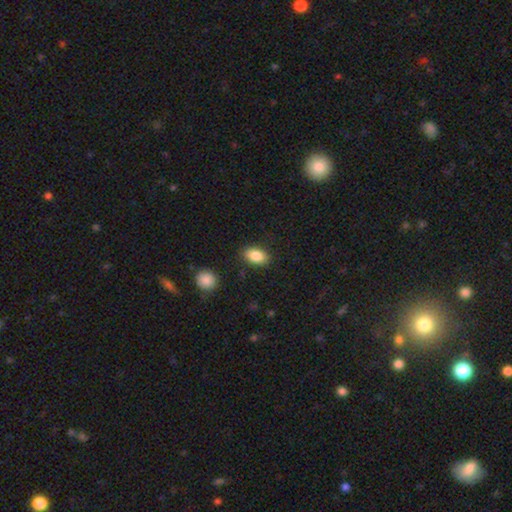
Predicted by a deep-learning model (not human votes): A smooth galaxy with no disk features (85%) that is in between round and cigar-shaped (88%). Merging: none (86%).